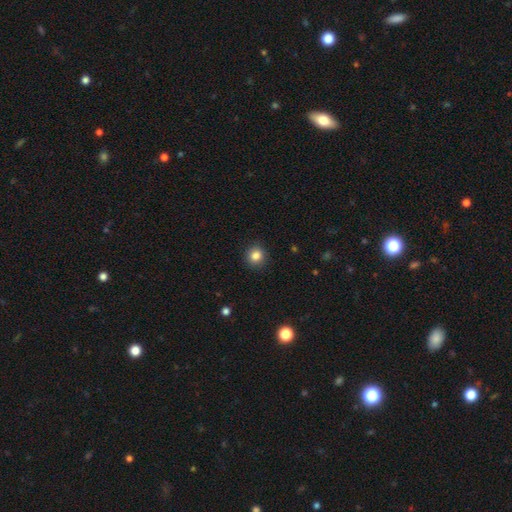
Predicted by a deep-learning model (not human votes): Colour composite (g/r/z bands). It shows a smooth galaxy with no disk features (85%) that is round (90%). Merging: none (91%).